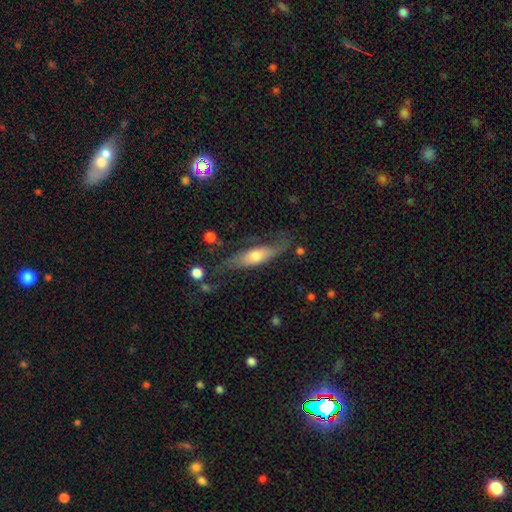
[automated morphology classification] type=featured or disk (51%); edge-on=no (53%); merging=none (53%).